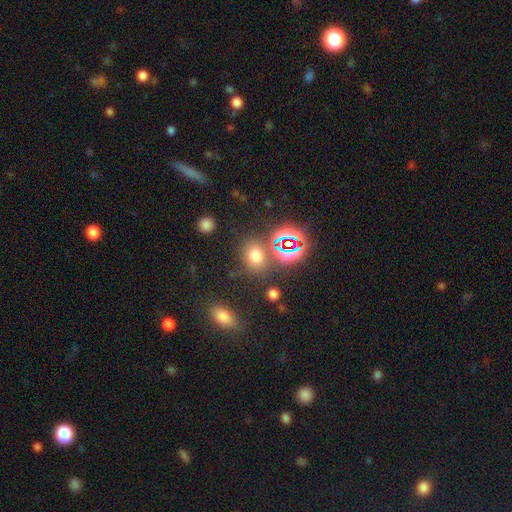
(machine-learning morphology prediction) A smooth galaxy with no disk features (63%) that is round (51%).

Vote fractions:
- Smooth or featured? smooth: 63% / star or artifact: 29% / featured or disk: 8%
- How rounded? round: 51% / in between: 47% / cigar-shaped: 2%
- Merging? none: 72% / minor disturbance: 12% / merger: 11% / major disturbance: 5%